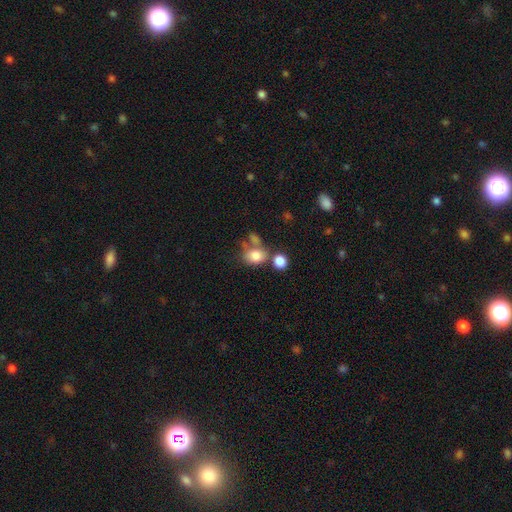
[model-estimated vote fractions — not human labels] Smooth or featured? Predicted: smooth (p=0.79). How rounded? Predicted: in between (p=0.60). Merging? Predicted: none (p=0.43).